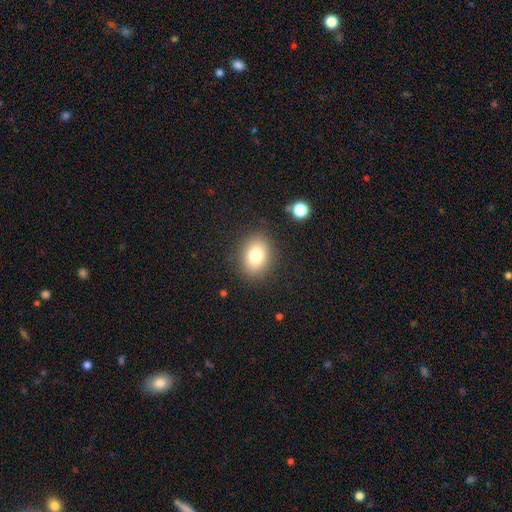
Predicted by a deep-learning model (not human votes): smooth_or_featured: smooth (p=0.78) [alt: star or artifact p=0.11]
how_rounded: in between (p=0.50) [alt: round p=0.49]
merging: none (p=0.87) [alt: minor disturbance p=0.08]